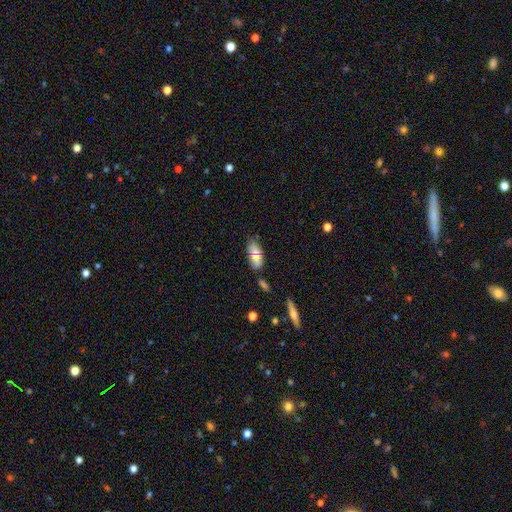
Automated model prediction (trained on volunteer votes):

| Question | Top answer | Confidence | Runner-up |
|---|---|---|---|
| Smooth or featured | smooth | 66% | featured or disk (25%) |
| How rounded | in between | 84% | cigar-shaped (13%) |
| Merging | none | 67% | minor disturbance (19%) |